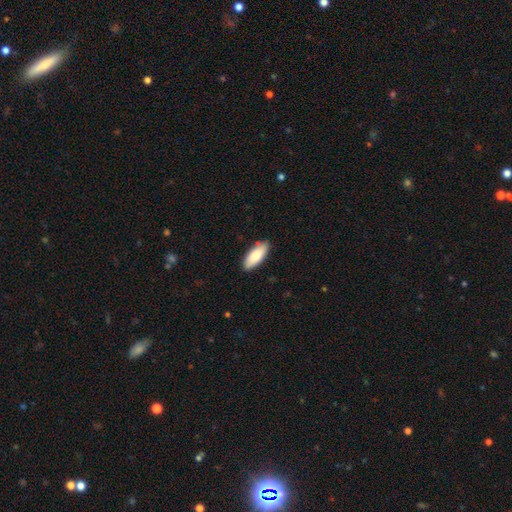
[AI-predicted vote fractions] This is clearly a smooth galaxy (84%). How rounded: clearly in between (81%). Merging: clearly none (87%).